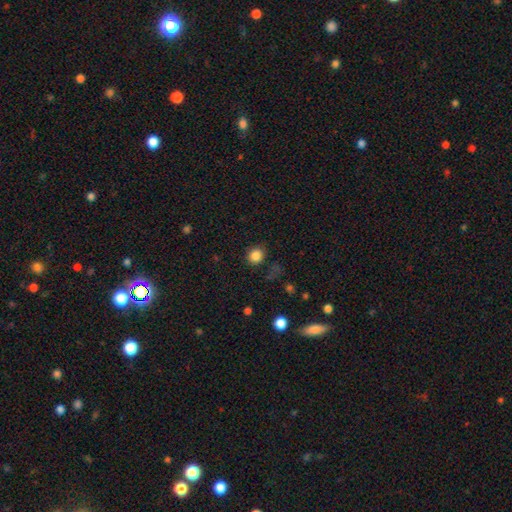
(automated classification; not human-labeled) Smooth or featured? smooth (84%)
How rounded? round (84%)
Merging? none (83%)